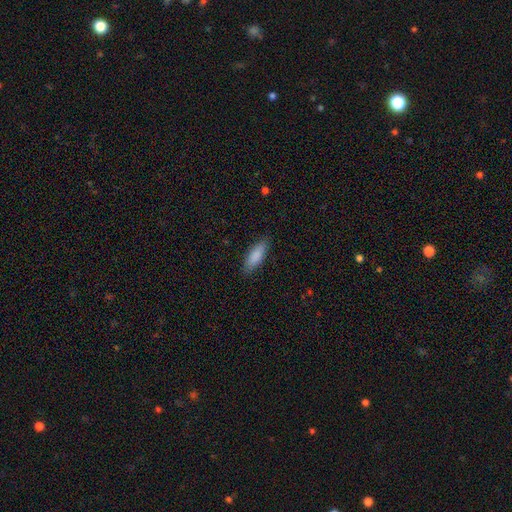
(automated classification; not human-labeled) smooth_or_featured: smooth (p=0.88) [alt: featured or disk p=0.07]
how_rounded: in between (p=0.61) [alt: cigar-shaped p=0.37]
merging: none (p=0.86) [alt: minor disturbance p=0.11]